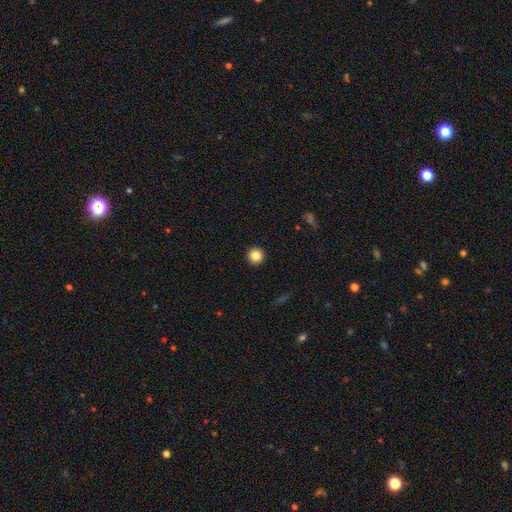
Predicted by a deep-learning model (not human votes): smooth_or_featured: smooth (p=0.84) [alt: star or artifact p=0.11]
how_rounded: round (p=0.96) [alt: in between p=0.03]
merging: none (p=0.94) [alt: minor disturbance p=0.04]